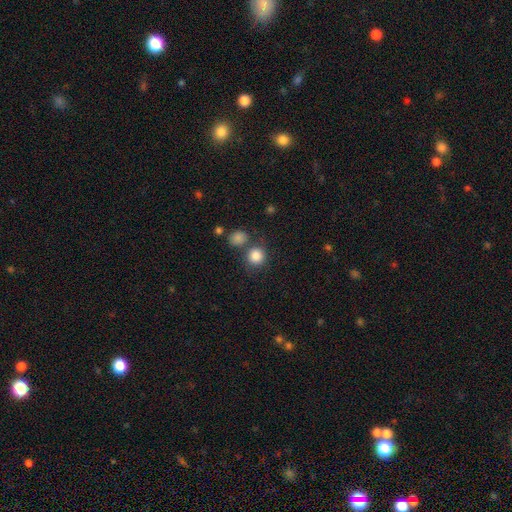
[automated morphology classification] This appears to be a smooth galaxy with no disk features (85%) that is round (87%). Merging: none (67%).